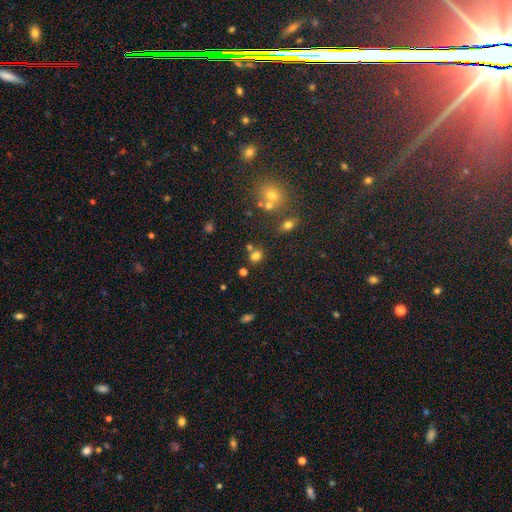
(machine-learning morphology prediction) Smooth or featured? smooth (74%)
How rounded? in between (56%)
Merging? none (62%)